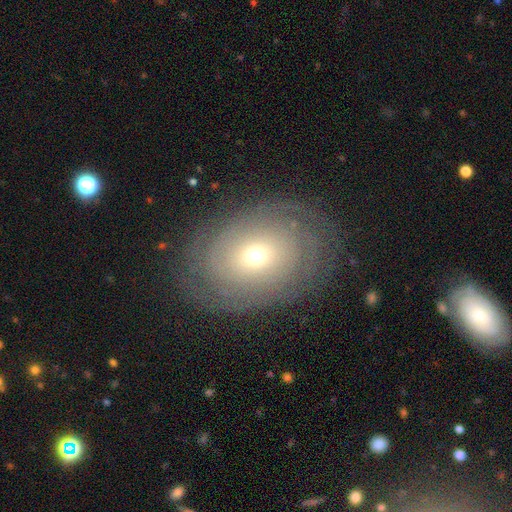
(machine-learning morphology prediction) type=featured or disk (66%); edge-on=no (95%); bar=no (81%); spiral arms=yes (77%); bulge=small (62%); merging=none (75%).